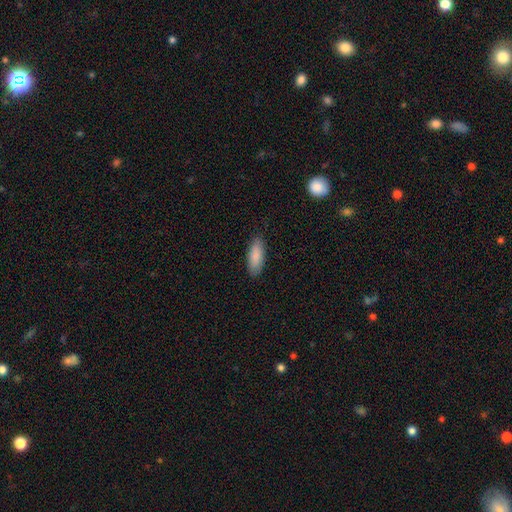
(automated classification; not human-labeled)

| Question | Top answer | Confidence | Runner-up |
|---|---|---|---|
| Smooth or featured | smooth | 89% | featured or disk (6%) |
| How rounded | in between | 73% | cigar-shaped (25%) |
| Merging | none | 88% | minor disturbance (9%) |